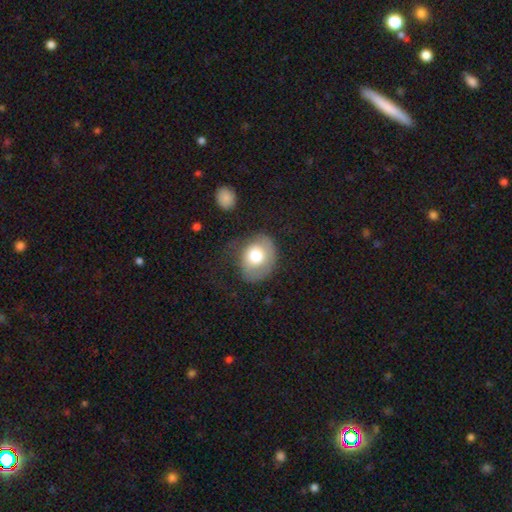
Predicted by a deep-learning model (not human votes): A smooth galaxy with no disk features (66%) that is round (55%).

Vote fractions:
- Smooth or featured? smooth: 66% / featured or disk: 26% / star or artifact: 7%
- How rounded? round: 55% / in between: 44% / cigar-shaped: 1%
- Merging? none: 49% / minor disturbance: 27% / major disturbance: 22% / merger: 2%